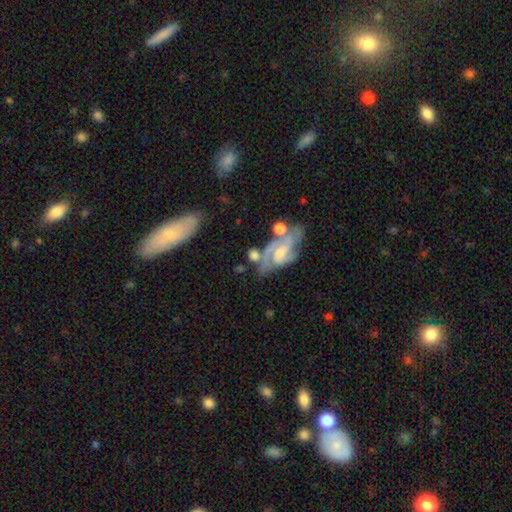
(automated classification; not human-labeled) Q: Smooth or featured?
A: featured or disk (74%); runner-up: smooth (18%)
Q: Edge-on disk?
A: no (93%); runner-up: yes (7%)
Q: Bar?
A: weak (45%); runner-up: no (39%)
Q: Spiral arms?
A: yes (91%); runner-up: no (9%)
Q: Spiral winding?
A: medium (50%); runner-up: tight (30%)
Q: Spiral arm count?
A: 2 (63%); runner-up: 3 (15%)
Q: Bulge size?
A: small (54%); runner-up: moderate (34%)
Q: Merging?
A: none (44%); runner-up: merger (22%)